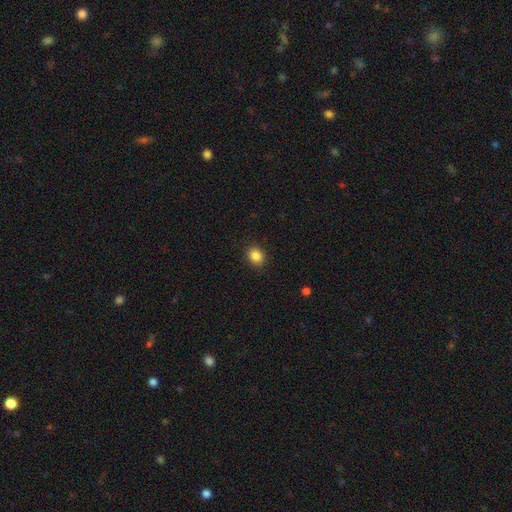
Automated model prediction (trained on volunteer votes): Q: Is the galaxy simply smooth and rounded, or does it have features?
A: smooth — 86%.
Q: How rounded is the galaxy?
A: round — 53%.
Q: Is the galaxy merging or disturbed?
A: none — 89%.